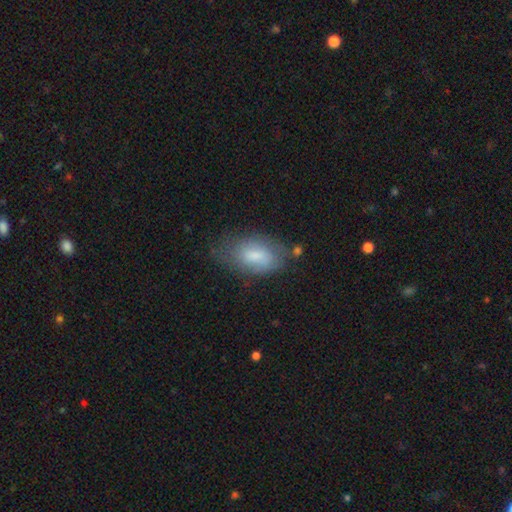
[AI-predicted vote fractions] Smooth or featured: smooth — 71% (featured or disk — 21%)
How rounded: in between — 92% (round — 6%)
Merging: none — 58% (minor disturbance — 28%)